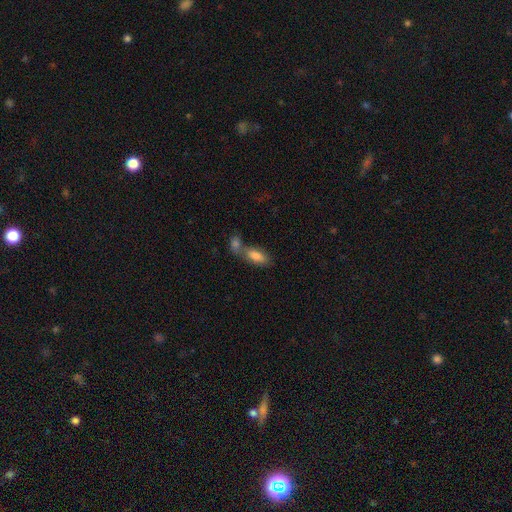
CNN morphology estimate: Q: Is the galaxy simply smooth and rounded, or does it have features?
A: smooth — 81%.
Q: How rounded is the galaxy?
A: in between — 83%.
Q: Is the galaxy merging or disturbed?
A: merger — 49%.